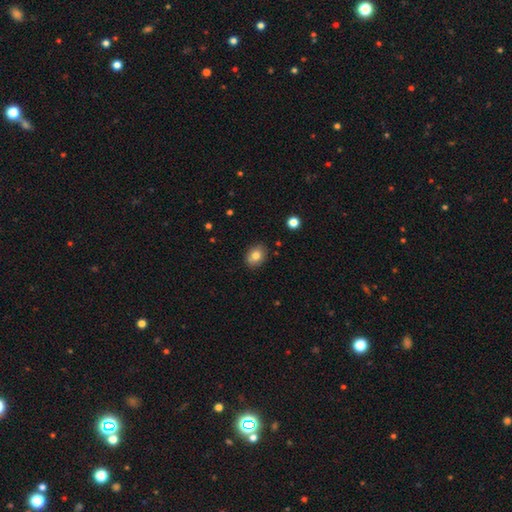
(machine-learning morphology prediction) smooth-or-featured: smooth: 79% | featured or disk: 11% | star or artifact: 10%
  how-rounded: in between: 54% | round: 45% | cigar-shaped: 1%
  merging: none: 84% | minor disturbance: 11% | merger: 2% | major disturbance: 2%